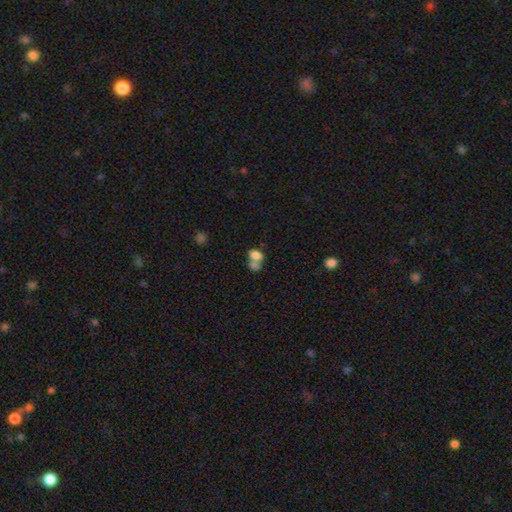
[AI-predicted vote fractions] Smooth or featured: smooth — 76% (featured or disk — 13%)
How rounded: in between — 80% (round — 18%)
Merging: merger — 60% (none — 25%)